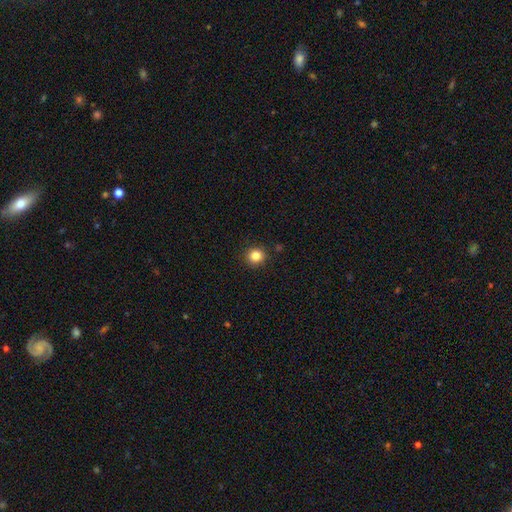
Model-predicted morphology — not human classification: A smooth galaxy with no disk features (83%) that is round (93%).

Vote fractions:
- Smooth or featured? smooth: 83% / star or artifact: 12% / featured or disk: 5%
- How rounded? round: 93% / in between: 7% / cigar-shaped: 1%
- Merging? none: 91% / minor disturbance: 6% / major disturbance: 2% / merger: 2%